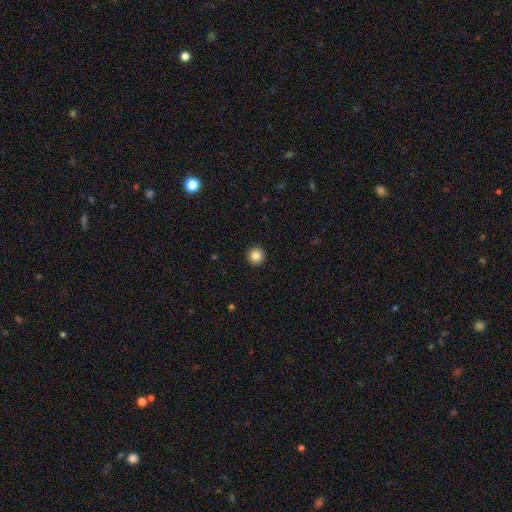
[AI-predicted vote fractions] Morphology: type=smooth (85%); roundness=round (96%); merging=none (93%).